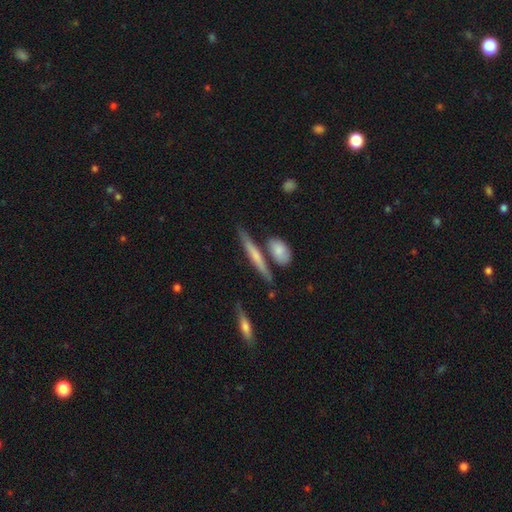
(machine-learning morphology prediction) A smooth galaxy with no disk features (51%) that is cigar-shaped (84%). Merging: none (72%).